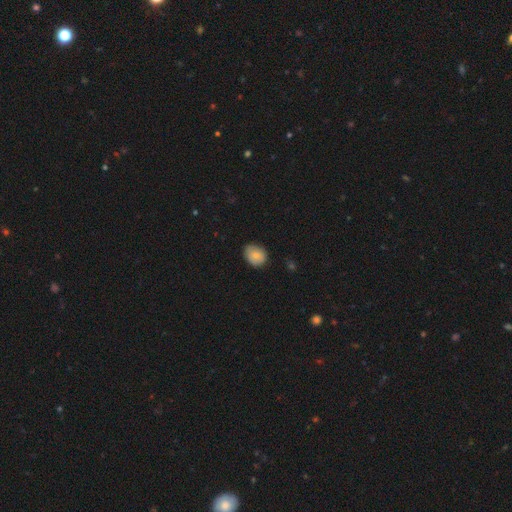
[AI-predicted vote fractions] The model was most divided on "how rounded": in between: 50%, round: 49%, cigar-shaped: 1%. More confident: smooth or featured — smooth (81%); merging — none (76%).